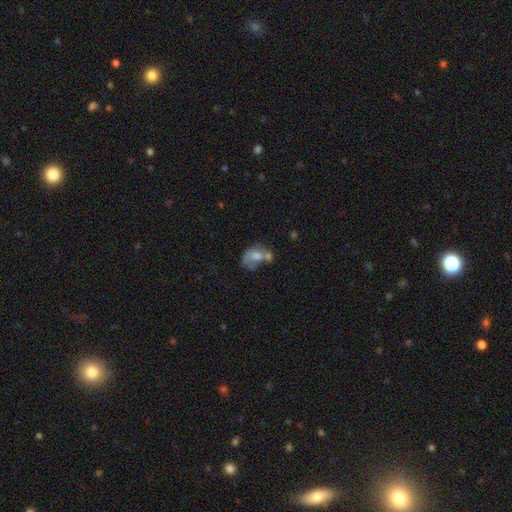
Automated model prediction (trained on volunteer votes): A smooth galaxy with no disk features (54%) that is in between round and cigar-shaped (73%).

Vote fractions:
- Smooth or featured? smooth: 54% / featured or disk: 36% / star or artifact: 11%
- How rounded? in between: 73% / round: 25% / cigar-shaped: 1%
- Merging? merger: 43% / major disturbance: 21% / none: 20% / minor disturbance: 16%